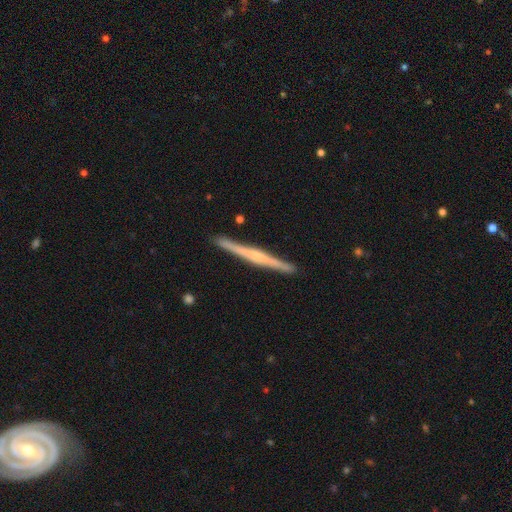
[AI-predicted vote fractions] The model was most divided on "edge-on bulge": rounded: 57%, none: 27%, boxy: 16%. More confident: edge-on disk — yes (98%); merging — none (91%); smooth or featured — featured or disk (73%).